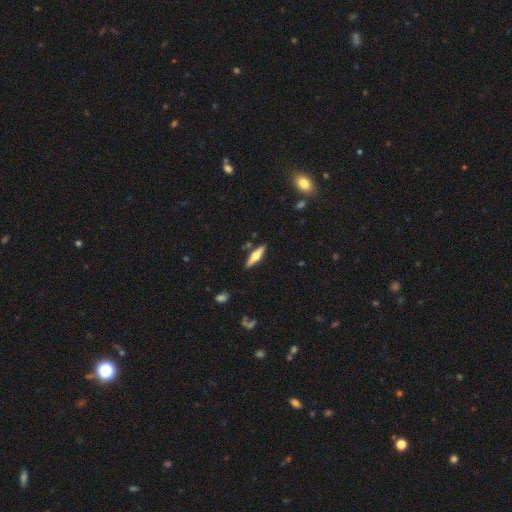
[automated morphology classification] featured or disk 58%, smooth 36%, star or artifact 6%. Down the decision tree: edge-on disk — yes (95%); edge-on bulge — rounded (93%); merging — none (86%).